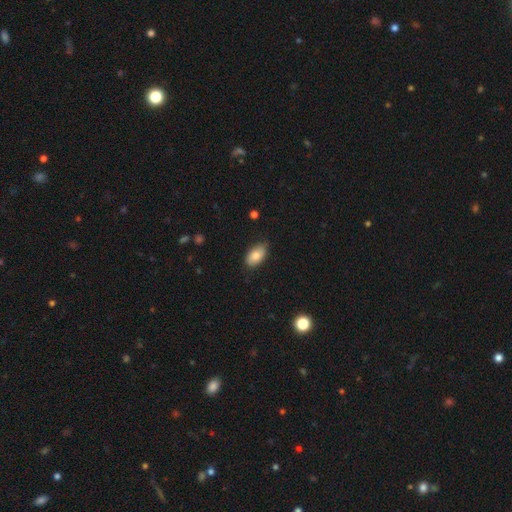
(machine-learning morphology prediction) smooth 80%, featured or disk 13%, star or artifact 7%. Down the decision tree: how rounded — in between (93%); merging — none (79%).